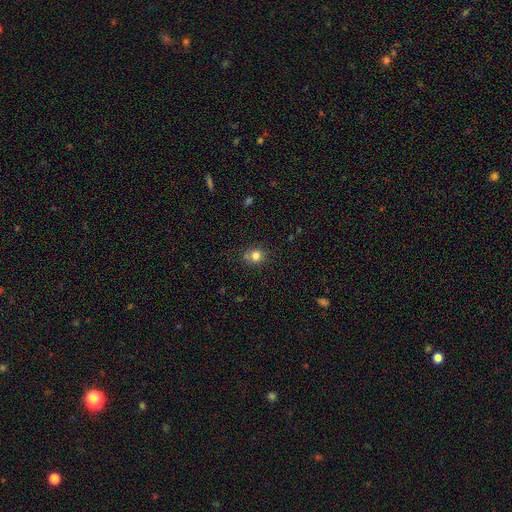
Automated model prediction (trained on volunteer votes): Smooth or featured: smooth — 80% (star or artifact — 13%)
How rounded: round — 79% (in between — 20%)
Merging: none — 70% (minor disturbance — 18%)